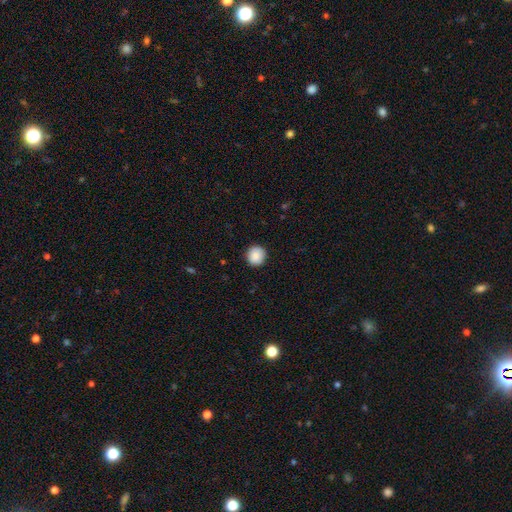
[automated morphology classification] This is clearly a smooth galaxy (89%). How rounded: clearly round (92%). Merging: clearly none (91%).